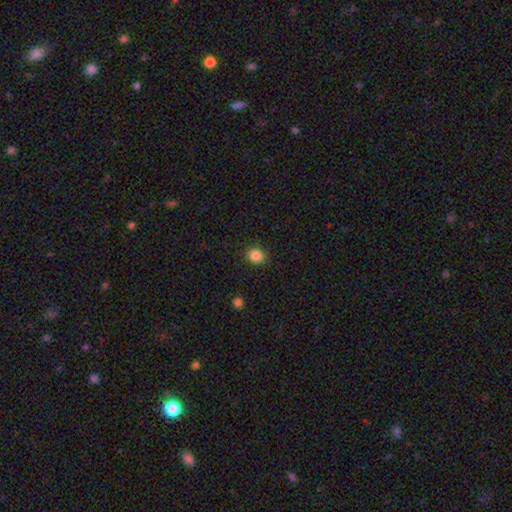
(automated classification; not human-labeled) The model was most divided on "how rounded": round: 74%, in between: 26%, cigar-shaped: 1%. More confident: merging — none (88%); smooth or featured — smooth (85%).